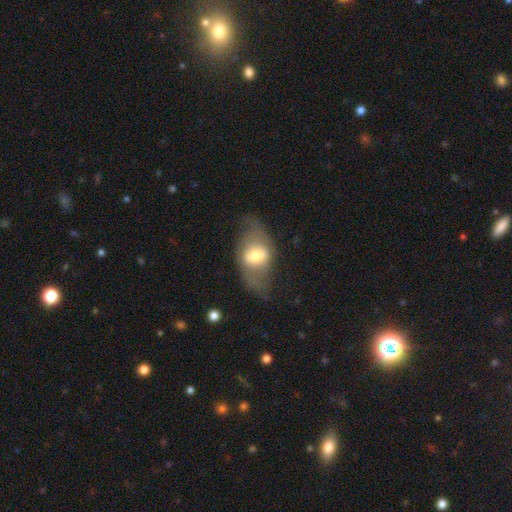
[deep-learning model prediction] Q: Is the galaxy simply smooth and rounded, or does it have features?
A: featured or disk — 49%.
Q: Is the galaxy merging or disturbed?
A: none — 60%.